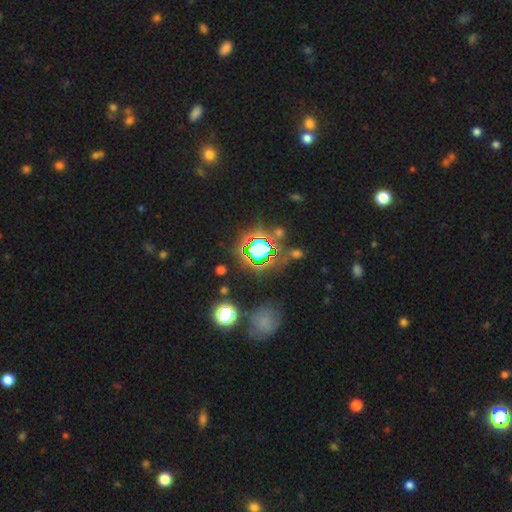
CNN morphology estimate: A star or artifact, not a galaxy (76%).

Vote fractions:
- Smooth or featured? star or artifact: 76% / smooth: 16% / featured or disk: 8%